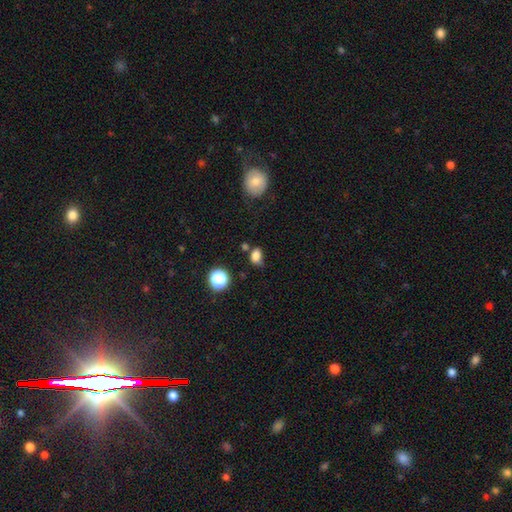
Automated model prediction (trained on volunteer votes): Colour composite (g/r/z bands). It shows a smooth galaxy with no disk features (79%) that is in between round and cigar-shaped (71%). Merging: none (51%).